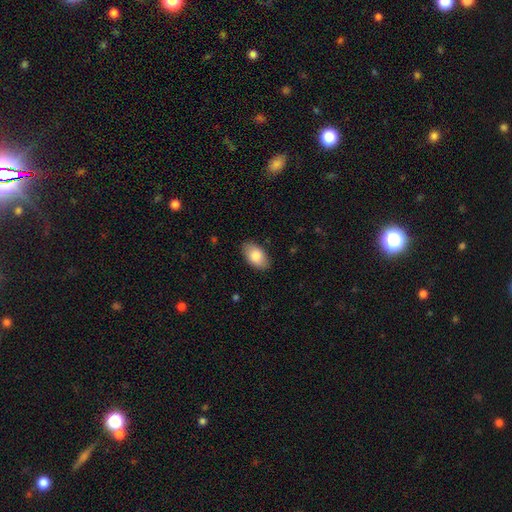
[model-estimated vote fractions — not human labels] This is clearly a smooth galaxy (83%). How rounded: clearly in between (94%). Merging: clearly none (87%).